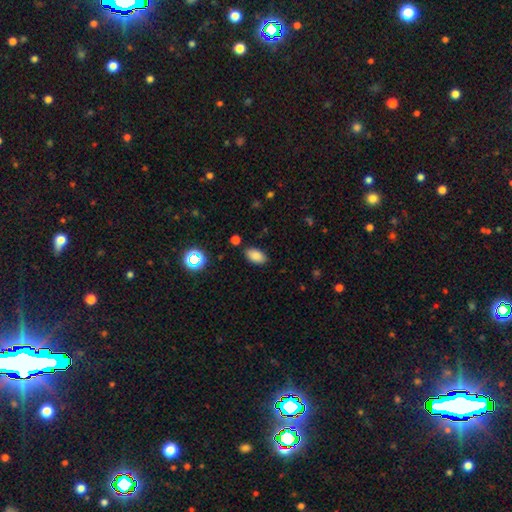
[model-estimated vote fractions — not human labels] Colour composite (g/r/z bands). It shows a smooth galaxy with no disk features (84%) that is in between round and cigar-shaped (93%). Merging: none (85%).